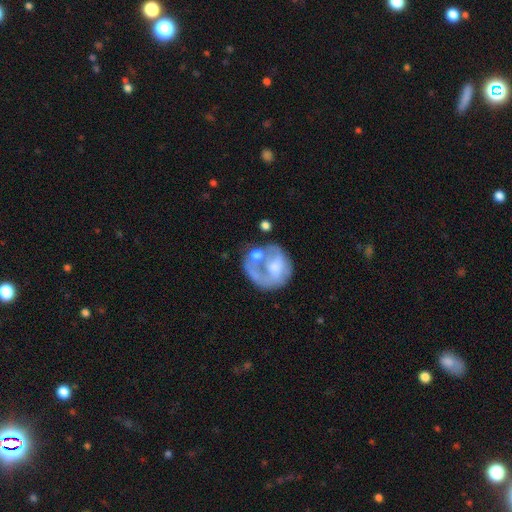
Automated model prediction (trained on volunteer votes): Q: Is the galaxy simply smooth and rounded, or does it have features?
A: featured or disk — 56%.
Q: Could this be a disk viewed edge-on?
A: no — 98%.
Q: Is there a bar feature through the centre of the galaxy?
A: no — 79%.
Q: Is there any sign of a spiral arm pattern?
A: no — 67%.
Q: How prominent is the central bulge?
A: none — 35%.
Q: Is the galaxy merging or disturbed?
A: major disturbance — 33%.